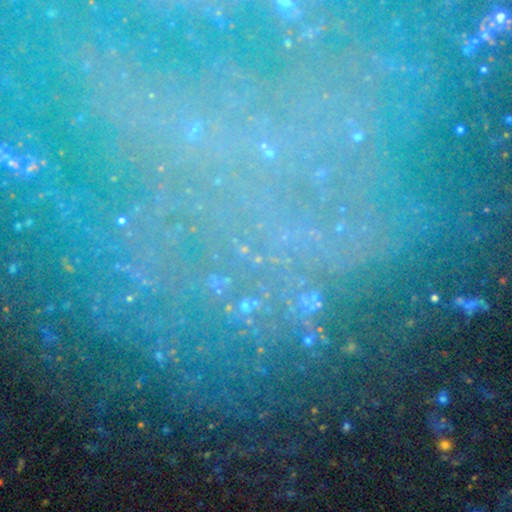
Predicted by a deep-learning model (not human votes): Smooth or featured?
  - star or artifact: 67% *
  - featured or disk: 22%
  - smooth: 12%